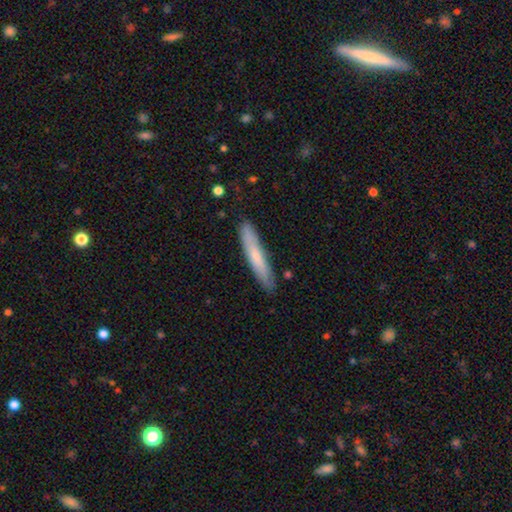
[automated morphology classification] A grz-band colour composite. It shows a smooth galaxy with no disk features (67%) that is cigar-shaped (92%). Merging: none (84%).